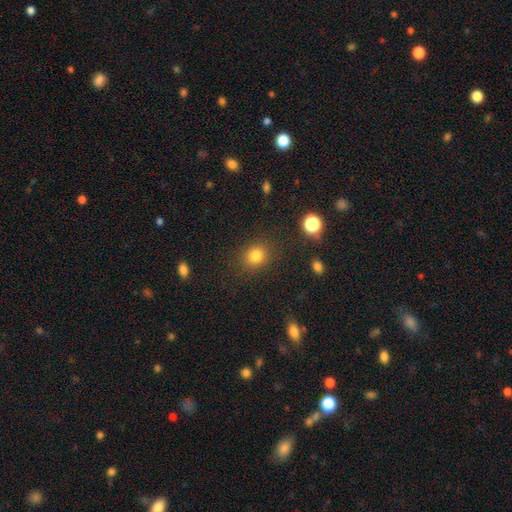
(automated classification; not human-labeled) smooth-or-featured: smooth: 81% | star or artifact: 13% | featured or disk: 6%
  how-rounded: round: 74% | in between: 25% | cigar-shaped: 1%
  merging: none: 85% | minor disturbance: 9% | major disturbance: 4% | merger: 2%